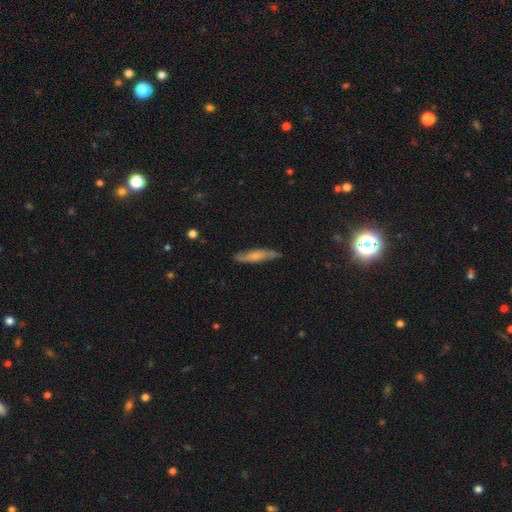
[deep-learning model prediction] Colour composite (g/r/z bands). It shows a featured or disk galaxy (49%). Merging: none (77%).